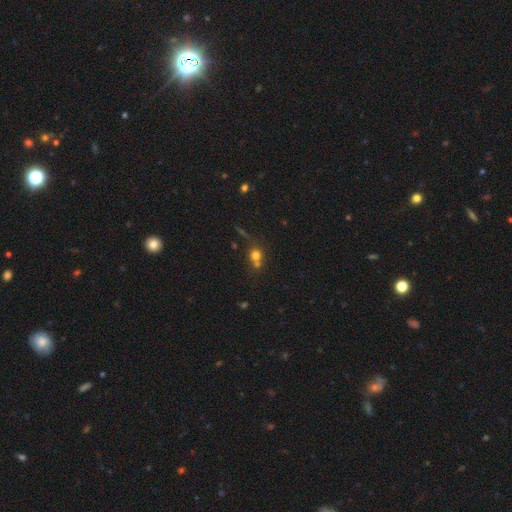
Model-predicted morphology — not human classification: Smooth or featured: smooth — 69% (star or artifact — 17%)
How rounded: round — 81% (in between — 17%)
Merging: none — 45% (merger — 41%)